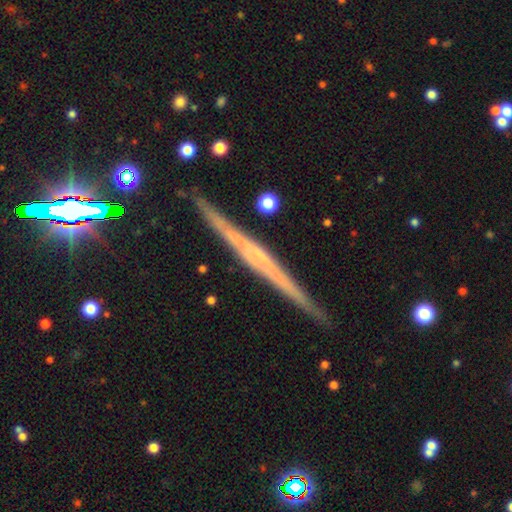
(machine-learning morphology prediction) Smooth or featured? Predicted: featured or disk (p=0.74). Edge-on disk? Predicted: yes (p=0.98). Edge-on bulge? Predicted: none (p=0.58). Merging? Predicted: none (p=0.90).